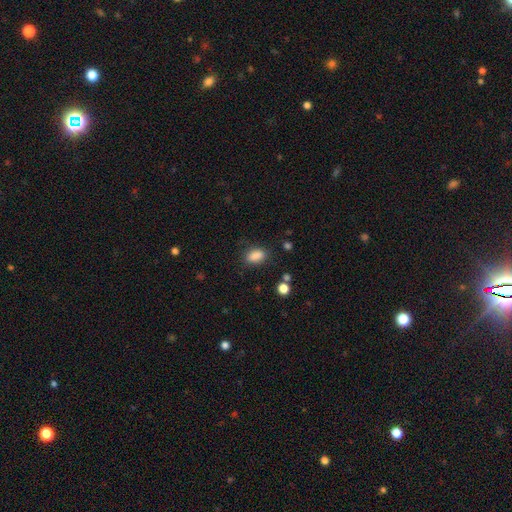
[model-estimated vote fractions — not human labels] Smooth or featured: smooth — 86% (star or artifact — 10%)
How rounded: in between — 85% (round — 12%)
Merging: none — 79% (minor disturbance — 15%)